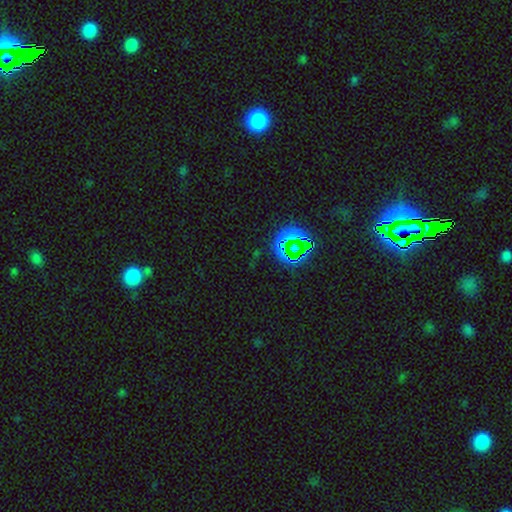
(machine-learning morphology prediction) Smooth or featured? Predicted: star or artifact (p=0.72).